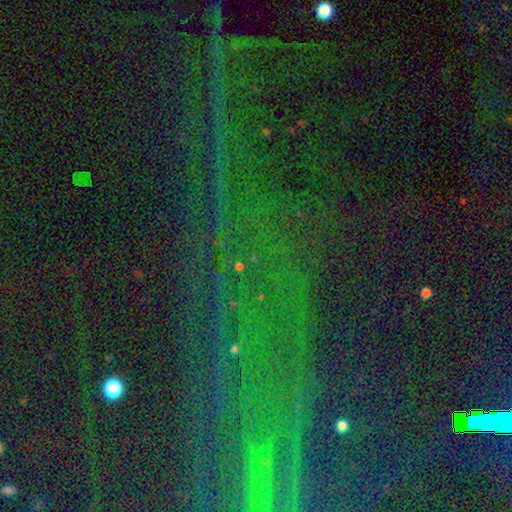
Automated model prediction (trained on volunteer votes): Smooth or featured? Predicted: star or artifact (p=0.84).